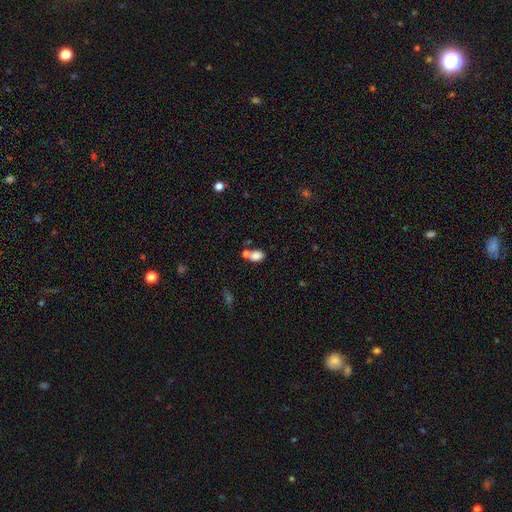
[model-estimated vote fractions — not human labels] smooth_or_featured: smooth (p=0.82) [alt: star or artifact p=0.11]
how_rounded: in between (p=0.75) [alt: round p=0.24]
merging: none (p=0.45) [alt: merger p=0.37]